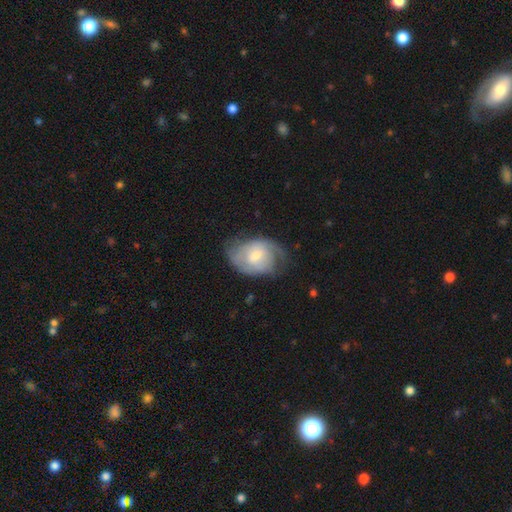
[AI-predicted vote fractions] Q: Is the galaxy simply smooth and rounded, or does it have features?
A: featured or disk — 65%.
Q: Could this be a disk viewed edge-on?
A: no — 96%.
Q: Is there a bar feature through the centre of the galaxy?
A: weak — 48%.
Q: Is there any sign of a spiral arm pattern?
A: yes — 86%.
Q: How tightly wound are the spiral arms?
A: tight — 42%.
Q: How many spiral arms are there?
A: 2 — 52%.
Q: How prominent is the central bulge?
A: moderate — 49%.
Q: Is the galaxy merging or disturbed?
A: none — 55%.